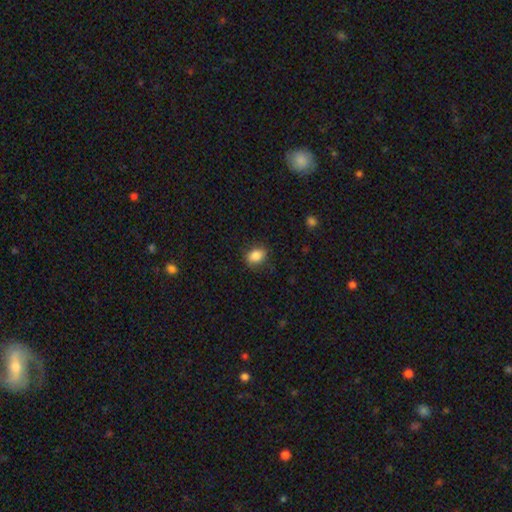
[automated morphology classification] Smooth or featured? smooth (86%)
How rounded? in between (70%)
Merging? none (78%)